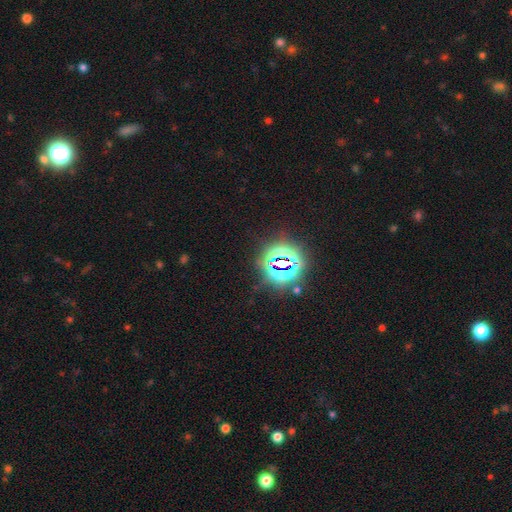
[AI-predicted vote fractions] Smooth or featured? star or artifact (81%)